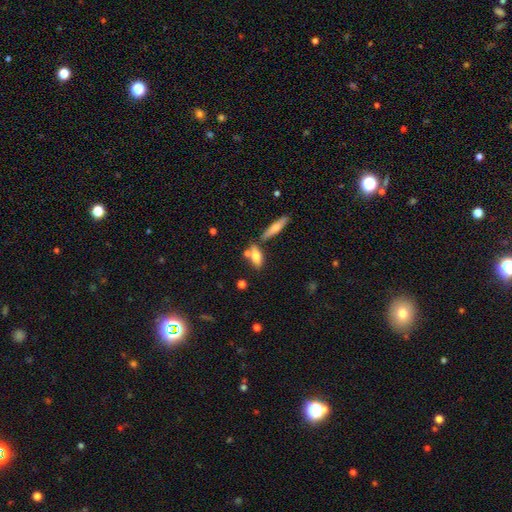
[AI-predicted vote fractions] smooth 70%, featured or disk 22%, star or artifact 8%. Down the decision tree: how rounded — in between (71%); merging — none (55%).